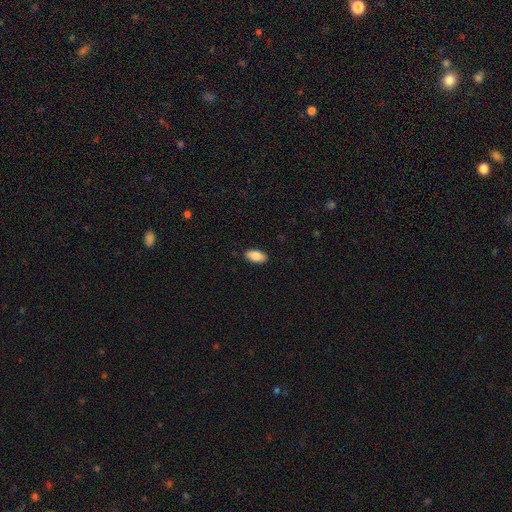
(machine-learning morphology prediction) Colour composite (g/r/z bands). It shows a smooth galaxy with no disk features (85%) that is in between round and cigar-shaped (94%). Merging: none (89%).